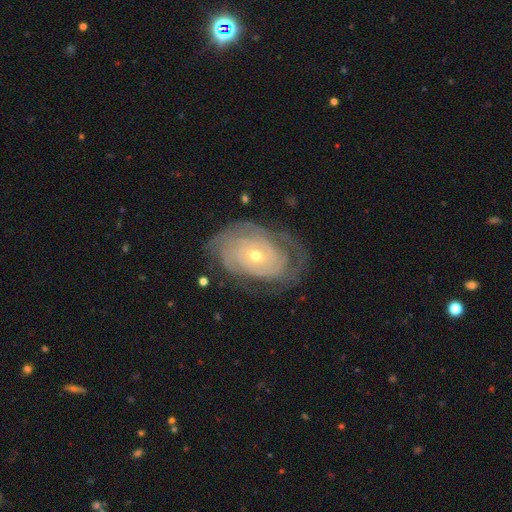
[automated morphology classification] Overall: featured or disk (83%). Edge-on disk: no (95%). Bar: no (67%). Spiral arms: yes (91%). Spiral arm count: can't tell (49%; 2 19%). Spiral winding: tight (79%). Bulge size: small (57%; moderate 40%). Merging: none (66%).